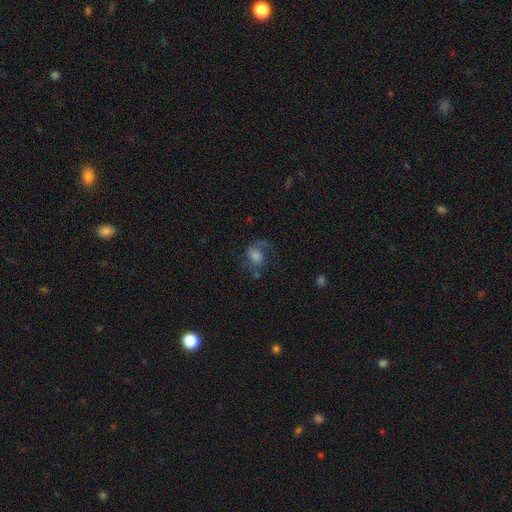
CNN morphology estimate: A featured or disk galaxy (55%) with no bar (55%), spiral arms (88%) and a moderate central bulge (36%).

Vote fractions:
- Smooth or featured? featured or disk: 55% / smooth: 33% / star or artifact: 12%
- Edge-on disk? no: 97% / yes: 3%
- Bar? no: 55% / weak: 37% / strong: 9%
- Spiral arms? yes: 88% / no: 12%
- Bulge size? moderate: 36% / large: 27% / small: 19% / none: 12% / dominant: 5%
- Merging? none: 52% / major disturbance: 26% / minor disturbance: 19% / merger: 3%